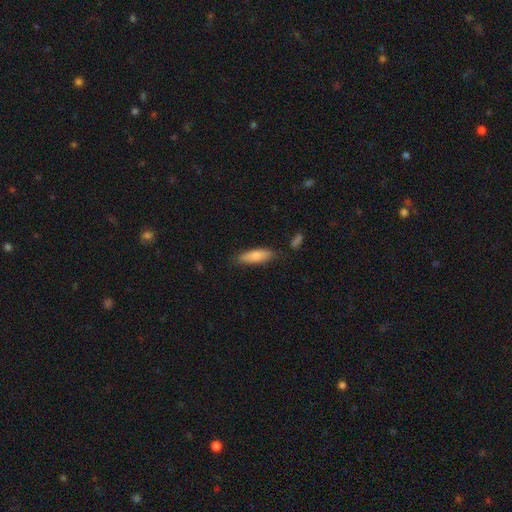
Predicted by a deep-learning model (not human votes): Smooth or featured?
  - smooth: 84% *
  - featured or disk: 10%
  - star or artifact: 6%
How rounded?
  - cigar-shaped: 50% *
  - in between: 48%
  - round: 2%
Merging?
  - none: 78% *
  - minor disturbance: 15%
  - merger: 4%
  - major disturbance: 3%